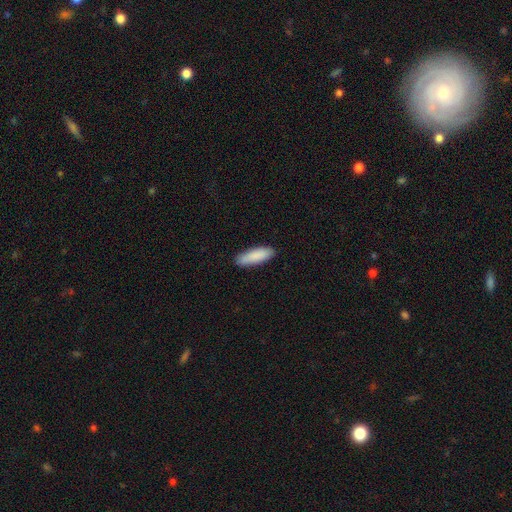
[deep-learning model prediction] Smooth or featured? smooth (89%)
How rounded? cigar-shaped (53%)
Merging? none (88%)